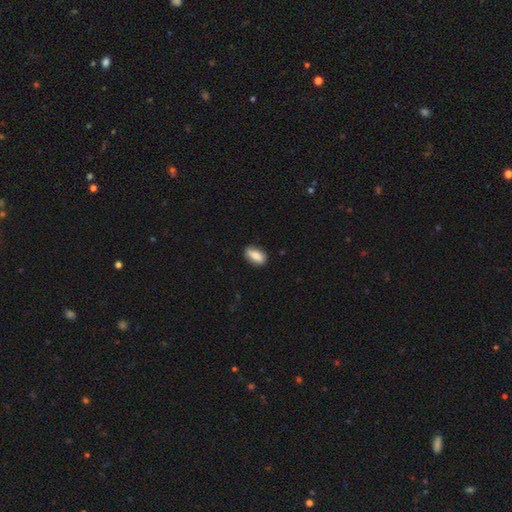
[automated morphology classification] This is likely a smooth galaxy (77%). How rounded: clearly in between (87%). Merging: clearly none (81%).